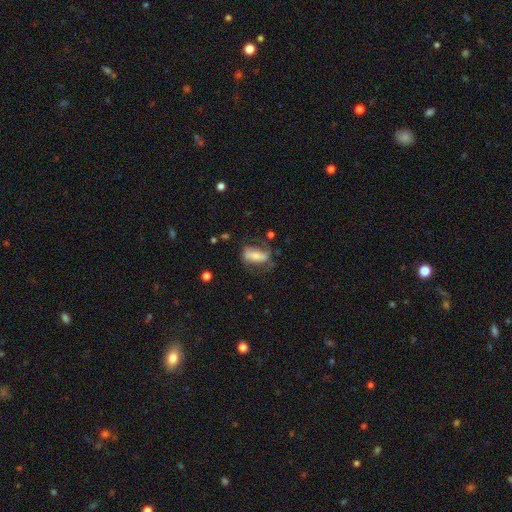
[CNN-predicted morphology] smooth 52%, featured or disk 40%, star or artifact 8%. Down the decision tree: how rounded — in between (76%); merging — none (52%).